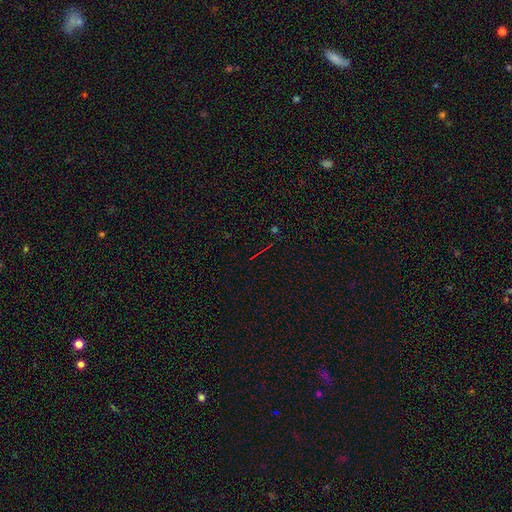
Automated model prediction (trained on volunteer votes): Smooth or featured?
  - star or artifact: 73% *
  - smooth: 14%
  - featured or disk: 14%